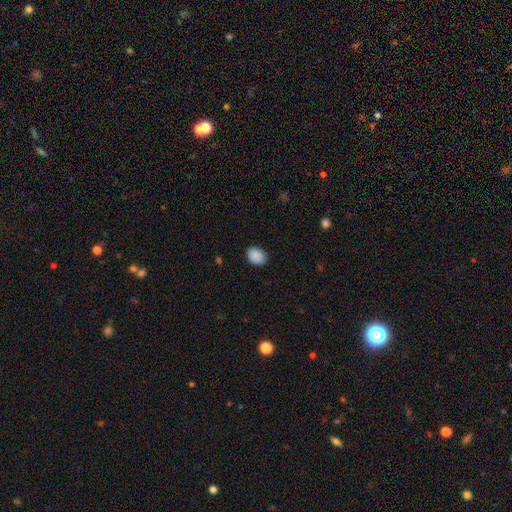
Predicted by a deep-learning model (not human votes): smooth_or_featured: smooth (p=0.90) [alt: star or artifact p=0.07]
how_rounded: in between (p=0.69) [alt: round p=0.30]
merging: none (p=0.86) [alt: minor disturbance p=0.11]